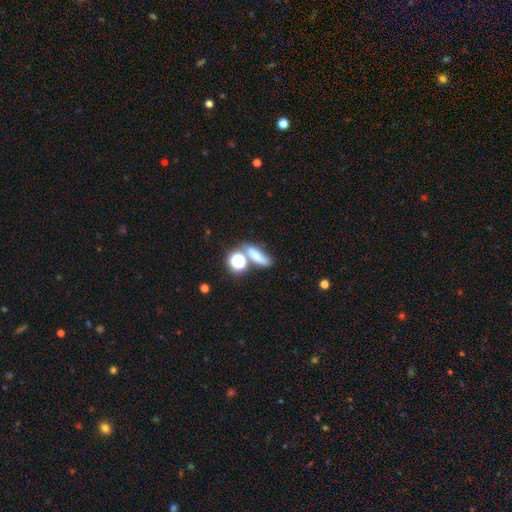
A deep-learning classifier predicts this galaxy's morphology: type=smooth (70%); roundness=in between (45%); merging=none (53%).